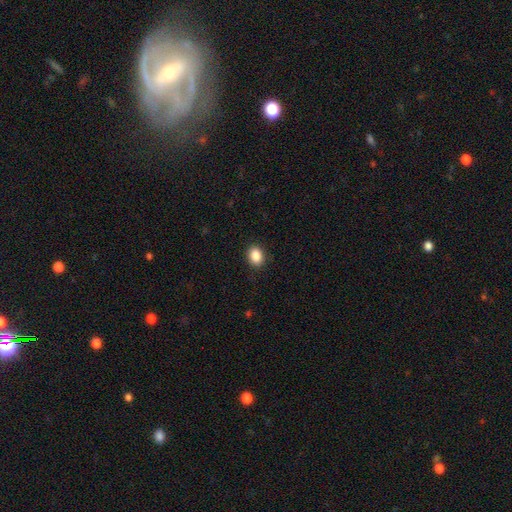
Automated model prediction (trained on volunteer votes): A smooth galaxy with no disk features (88%) that is in between round and cigar-shaped (61%). Merging: none (89%).